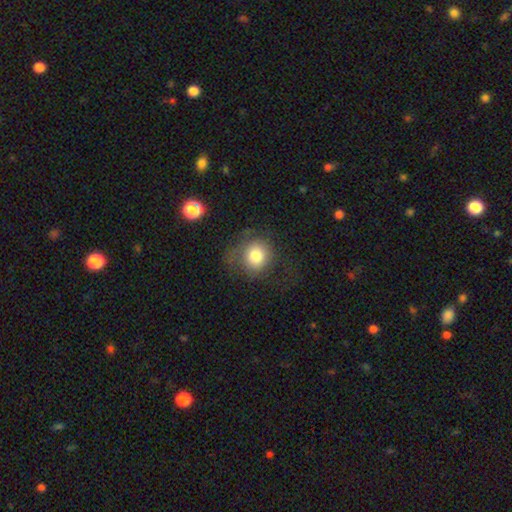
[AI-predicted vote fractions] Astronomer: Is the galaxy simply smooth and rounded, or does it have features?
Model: smooth — 76%.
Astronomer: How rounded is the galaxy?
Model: round — 81%.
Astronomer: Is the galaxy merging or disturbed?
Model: none — 58%.